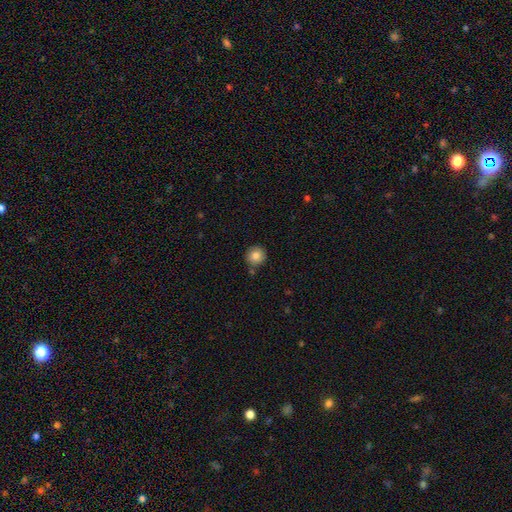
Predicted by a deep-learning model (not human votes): Morphology: type=smooth (83%); roundness=round (93%); merging=none (82%).